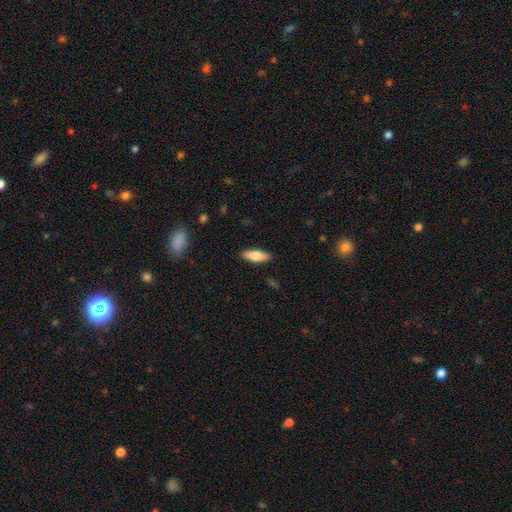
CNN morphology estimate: Smooth or featured? Predicted: smooth (p=0.74). How rounded? Predicted: in between (p=0.59). Merging? Predicted: none (p=0.89).